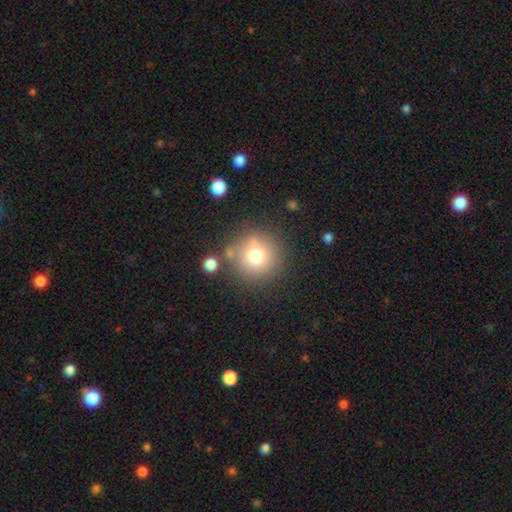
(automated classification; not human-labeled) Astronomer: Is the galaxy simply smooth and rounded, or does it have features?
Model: smooth — 74%.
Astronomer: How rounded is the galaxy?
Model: round — 95%.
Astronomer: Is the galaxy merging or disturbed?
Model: none — 76%.